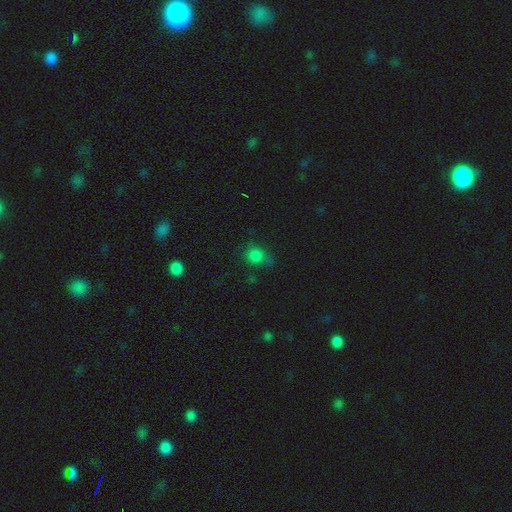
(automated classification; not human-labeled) smooth-or-featured: smooth: 77% | star or artifact: 17% | featured or disk: 6%
  how-rounded: round: 75% | in between: 23% | cigar-shaped: 1%
  merging: none: 61% | minor disturbance: 25% | major disturbance: 9% | merger: 5%